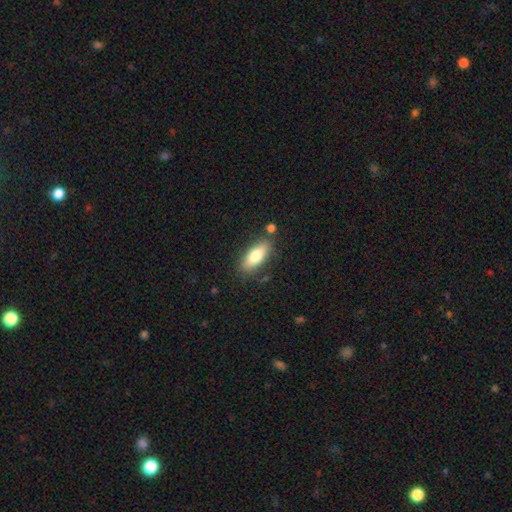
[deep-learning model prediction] The model was most divided on "how rounded": in between: 75%, cigar-shaped: 22%, round: 3%. More confident: merging — none (79%); smooth or featured — smooth (76%).